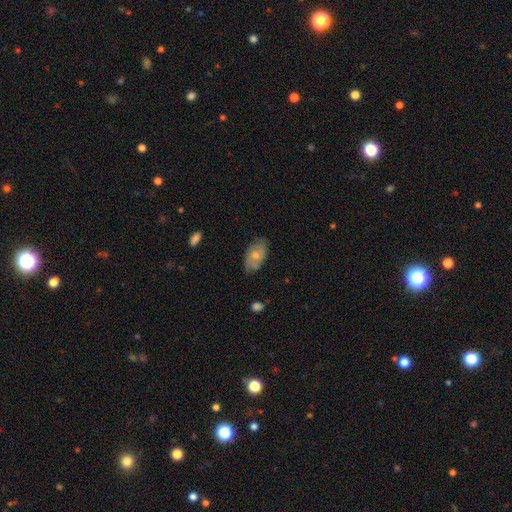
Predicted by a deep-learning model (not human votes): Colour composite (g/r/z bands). It shows a smooth galaxy with no disk features (49%). Merging: none (66%).